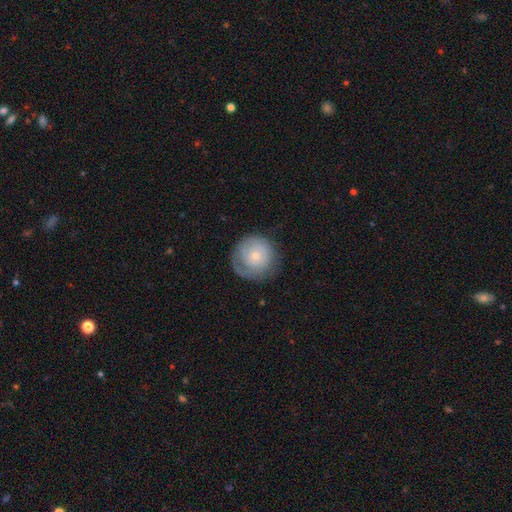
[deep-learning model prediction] This is possibly a smooth galaxy (51%). How rounded: clearly round (93%). Merging: likely none (71%).